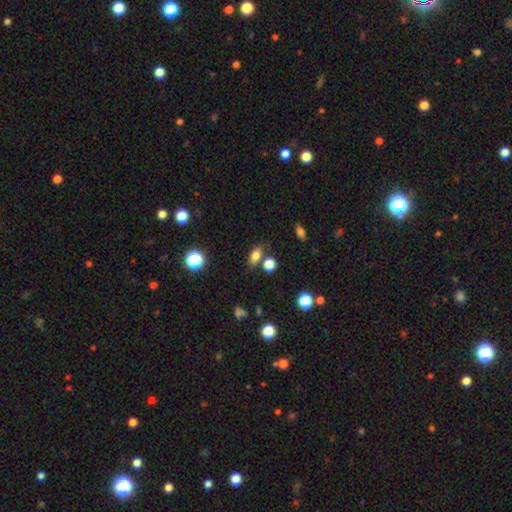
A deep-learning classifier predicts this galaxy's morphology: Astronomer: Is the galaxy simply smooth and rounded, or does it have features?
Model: smooth — 78%.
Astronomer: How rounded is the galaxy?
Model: in between — 77%.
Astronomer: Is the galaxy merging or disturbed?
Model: none — 69%.